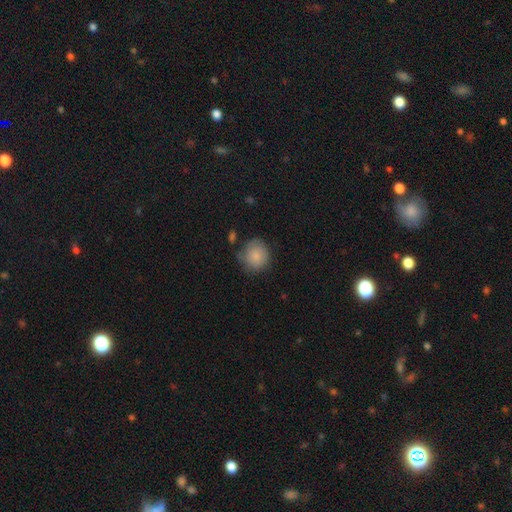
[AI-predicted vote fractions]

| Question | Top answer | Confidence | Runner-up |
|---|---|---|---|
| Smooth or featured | smooth | 84% | featured or disk (9%) |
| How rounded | round | 83% | in between (16%) |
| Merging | none | 66% | minor disturbance (23%) |